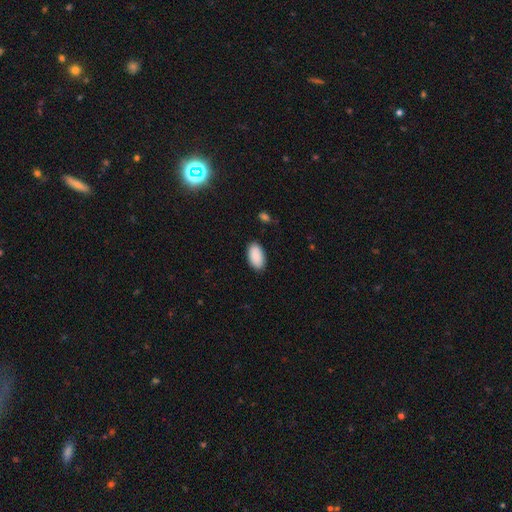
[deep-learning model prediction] This is clearly a smooth galaxy (91%). How rounded: clearly in between (95%). Merging: clearly none (87%).